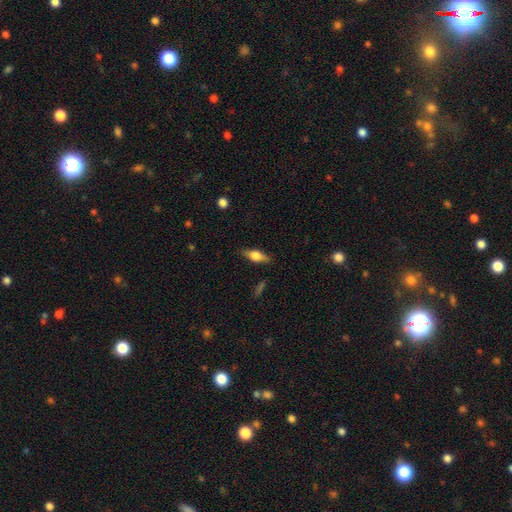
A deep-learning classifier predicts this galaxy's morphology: Smooth or featured? smooth (52%)
How rounded? in between (61%)
Merging? none (85%)